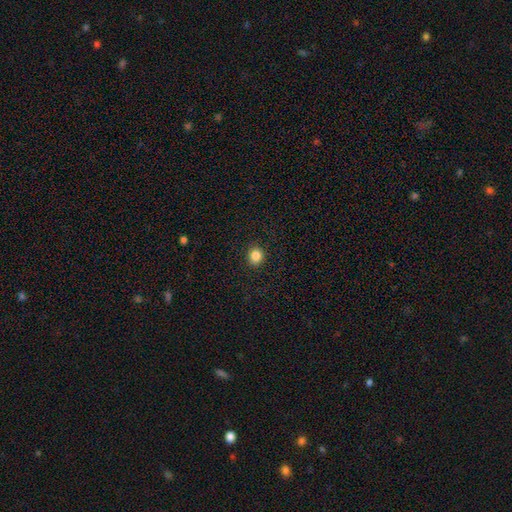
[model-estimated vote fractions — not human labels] Q: Smooth or featured?
A: smooth (85%); runner-up: star or artifact (10%)
Q: How rounded?
A: round (80%); runner-up: in between (19%)
Q: Merging?
A: none (91%); runner-up: minor disturbance (6%)